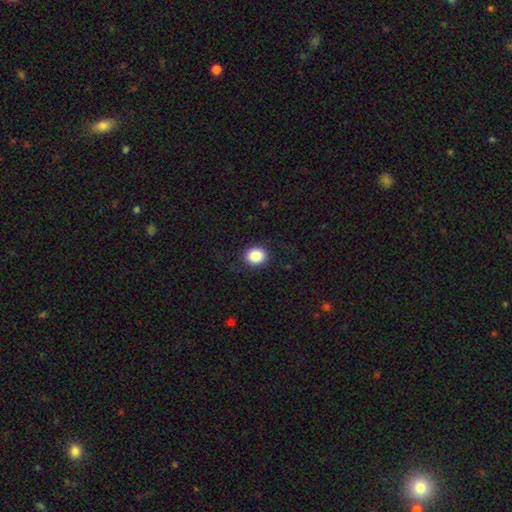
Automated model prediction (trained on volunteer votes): smooth_or_featured: smooth (p=0.87) [alt: star or artifact p=0.09]
how_rounded: round (p=0.77) [alt: in between p=0.22]
merging: none (p=0.89) [alt: minor disturbance p=0.07]